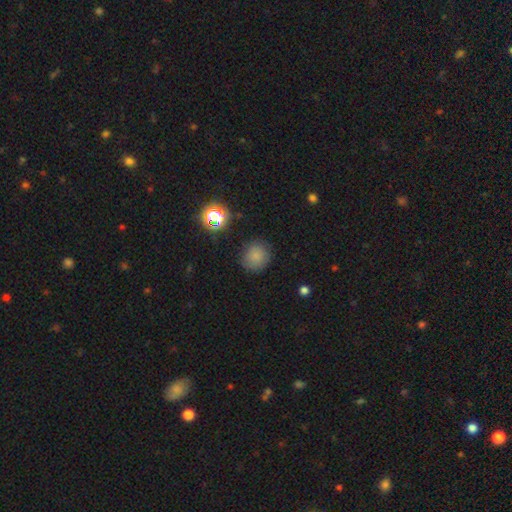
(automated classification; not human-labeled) Smooth or featured? smooth (79%)
How rounded? round (88%)
Merging? none (82%)